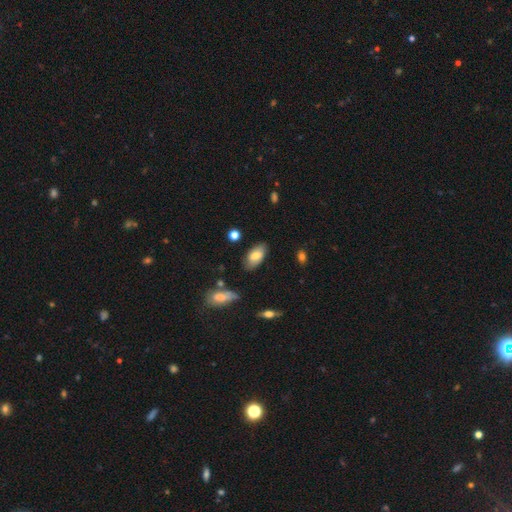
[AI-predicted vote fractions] smooth 76%, featured or disk 17%, star or artifact 7%. Down the decision tree: how rounded — in between (92%); merging — none (79%).